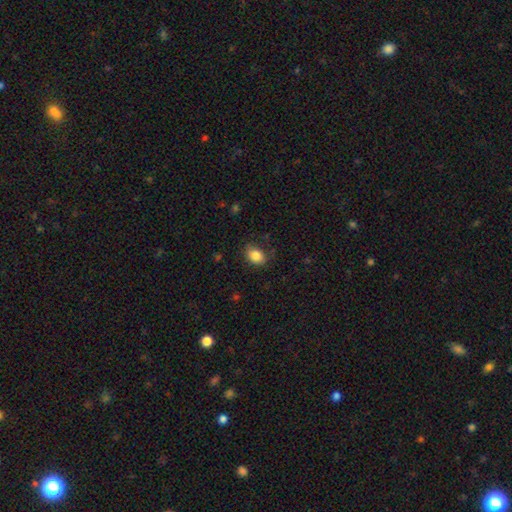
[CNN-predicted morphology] This is clearly a smooth galaxy (85%). How rounded: likely in between (71%). Merging: likely none (76%).